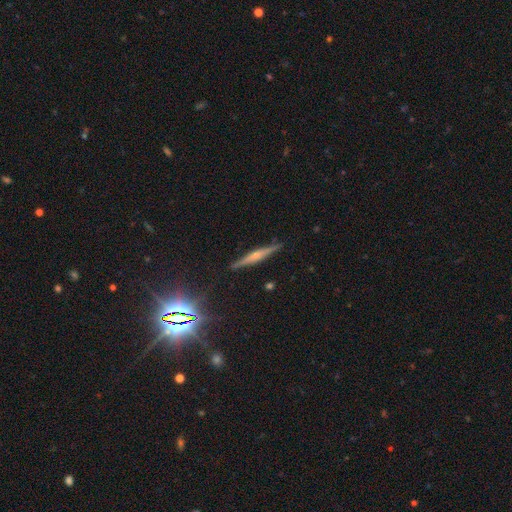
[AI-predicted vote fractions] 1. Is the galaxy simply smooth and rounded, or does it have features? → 63% featured or disk, 27% smooth, 11% star or artifact.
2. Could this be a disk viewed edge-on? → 97% yes, 3% no.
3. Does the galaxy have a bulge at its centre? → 59% rounded, 21% none, 20% boxy.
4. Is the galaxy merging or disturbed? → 89% none, 8% minor disturbance, 2% major disturbance, 1% merger.